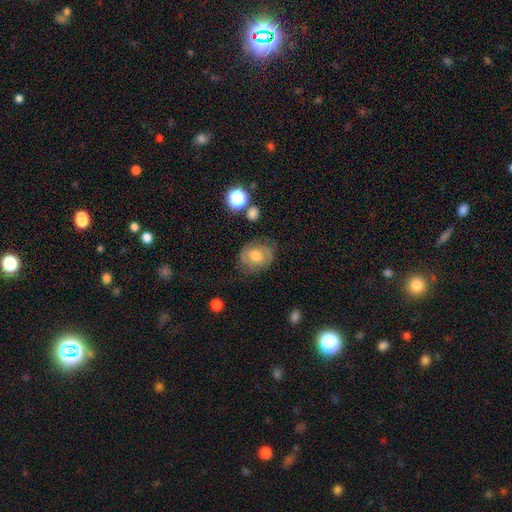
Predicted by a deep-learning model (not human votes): This appears to be a featured or disk galaxy (47%). Merging: none (70%).